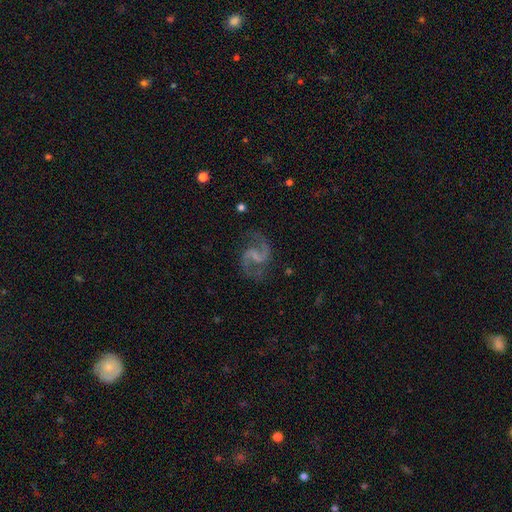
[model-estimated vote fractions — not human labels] This appears to be a featured or disk galaxy (91%) with a weak bar (53%), 2 (94%) medium (52%) spiral arms (98%) and no central bulge (47%). Merging: none (79%).